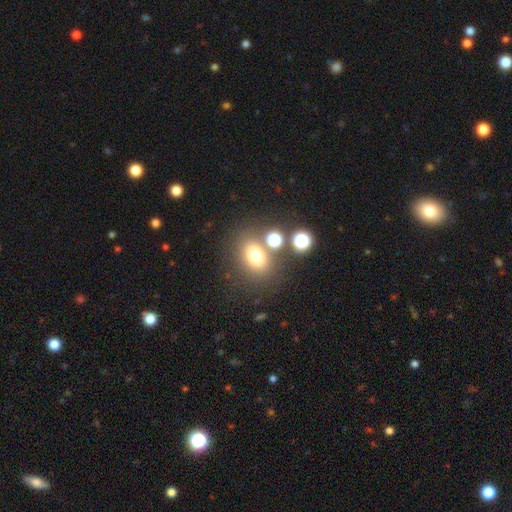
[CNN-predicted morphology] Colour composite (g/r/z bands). It shows a smooth galaxy with no disk features (70%) that is in between round and cigar-shaped (58%). Merging: none (66%).